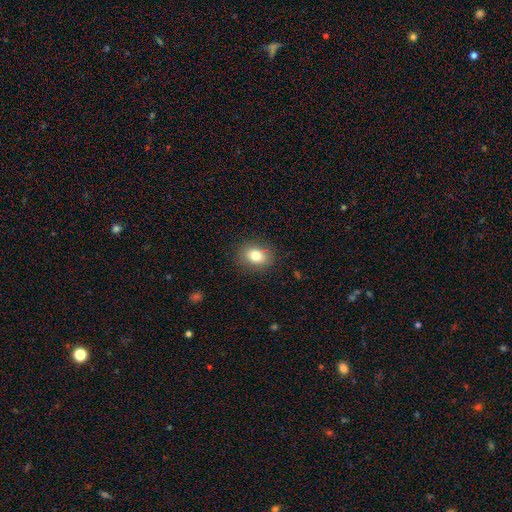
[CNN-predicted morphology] A smooth galaxy with no disk features (79%) that is in between round and cigar-shaped (56%). Merging: none (87%).